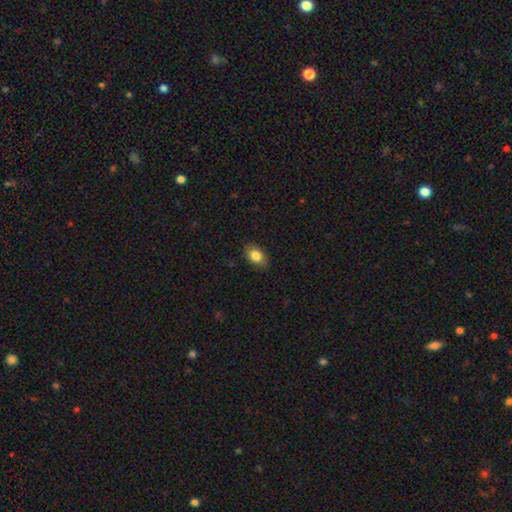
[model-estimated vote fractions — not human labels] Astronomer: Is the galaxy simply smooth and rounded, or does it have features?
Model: smooth — 84%.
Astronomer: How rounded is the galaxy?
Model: in between — 85%.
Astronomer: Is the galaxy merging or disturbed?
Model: none — 86%.